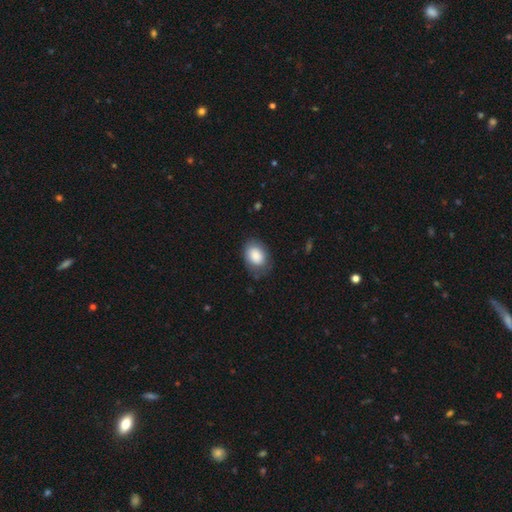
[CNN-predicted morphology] A smooth galaxy with no disk features (84%) that is in between round and cigar-shaped (77%).

Vote fractions:
- Smooth or featured? smooth: 84% / featured or disk: 9% / star or artifact: 7%
- How rounded? in between: 77% / round: 22% / cigar-shaped: 1%
- Merging? none: 69% / minor disturbance: 23% / major disturbance: 7% / merger: 1%